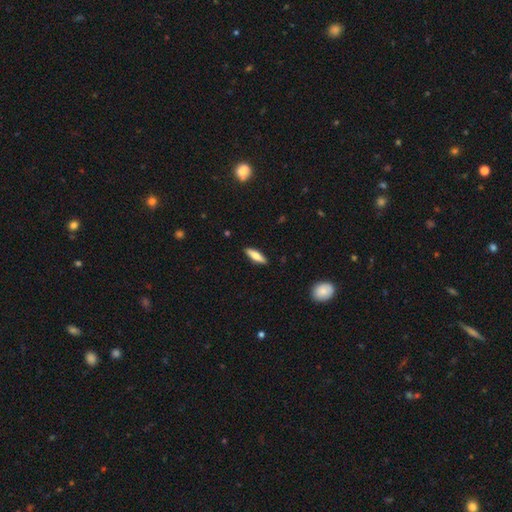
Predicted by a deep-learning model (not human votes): This is likely a smooth galaxy (61%). How rounded: likely cigar-shaped (63%). Merging: clearly none (90%).